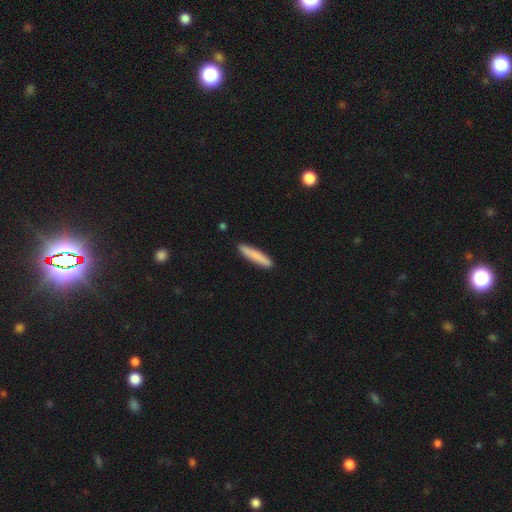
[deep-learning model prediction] This appears to be a smooth galaxy with no disk features (82%) that is cigar-shaped (92%). Merging: none (90%).